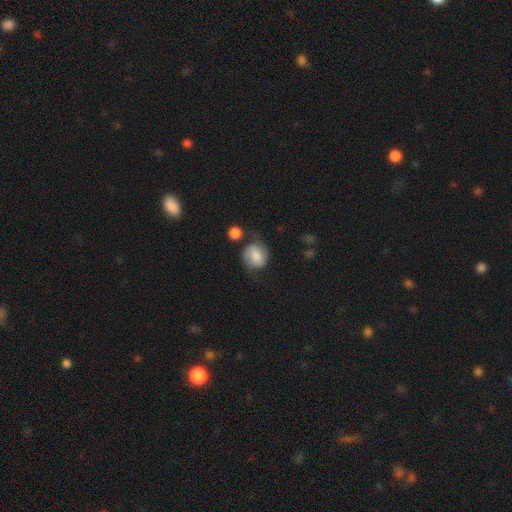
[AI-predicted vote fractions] Smooth or featured? smooth (59%)
How rounded? round (76%)
Merging? none (59%)